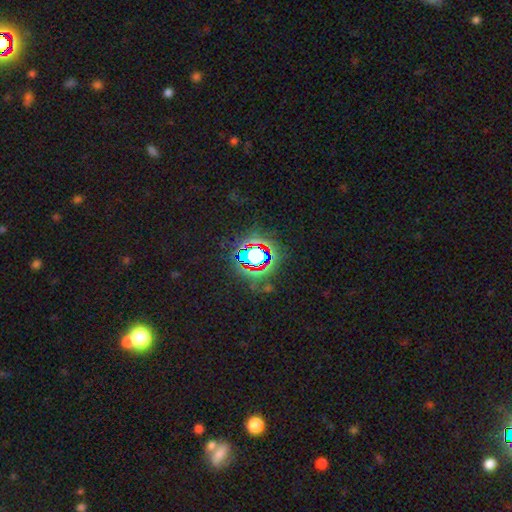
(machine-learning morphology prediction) This is likely a star or artifact rather than a galaxy (79%).